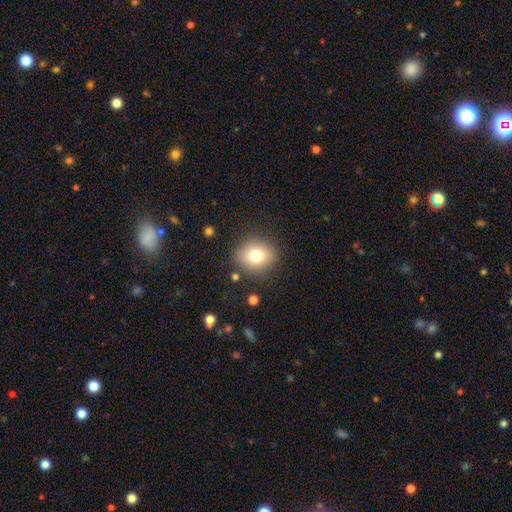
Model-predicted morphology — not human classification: Smooth or featured?
  - smooth: 77% *
  - featured or disk: 12%
  - star or artifact: 11%
How rounded?
  - round: 73% *
  - in between: 26%
  - cigar-shaped: 1%
Merging?
  - none: 85% *
  - minor disturbance: 10%
  - major disturbance: 3%
  - merger: 2%